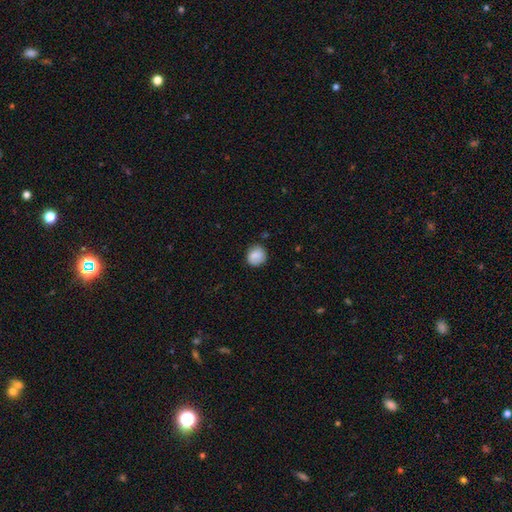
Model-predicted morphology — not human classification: Smooth or featured: smooth — 81% (featured or disk — 11%)
How rounded: round — 85% (in between — 14%)
Merging: none — 79% (minor disturbance — 15%)